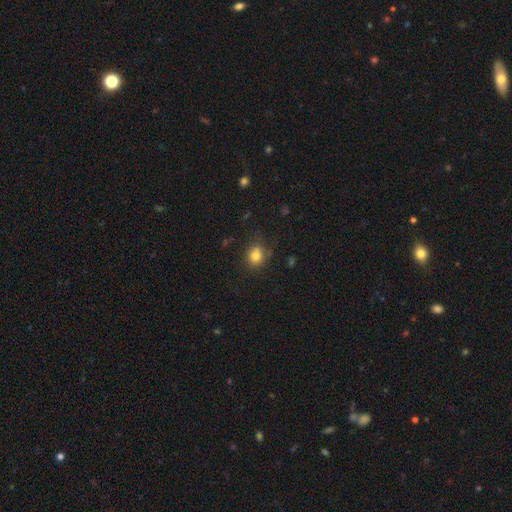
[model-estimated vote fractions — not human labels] A smooth galaxy with no disk features (80%) that is round (74%).

Vote fractions:
- Smooth or featured? smooth: 80% / star or artifact: 12% / featured or disk: 8%
- How rounded? round: 74% / in between: 25% / cigar-shaped: 1%
- Merging? none: 75% / minor disturbance: 16% / major disturbance: 5% / merger: 4%